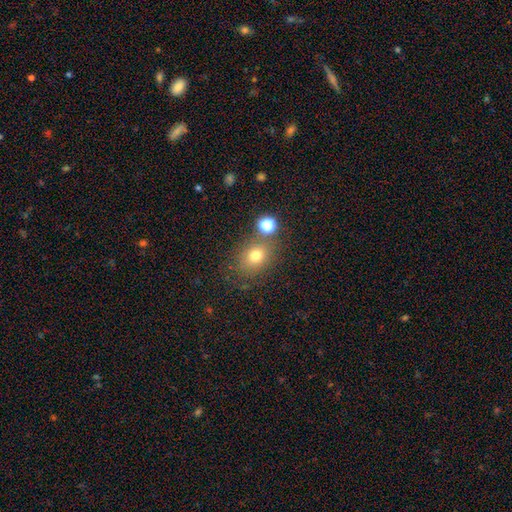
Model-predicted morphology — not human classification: Q: Smooth or featured?
A: smooth (74%); runner-up: star or artifact (16%)
Q: How rounded?
A: round (58%); runner-up: in between (41%)
Q: Merging?
A: none (71%); runner-up: minor disturbance (12%)